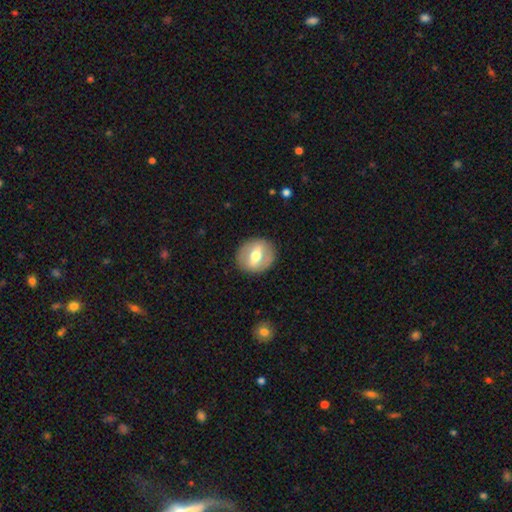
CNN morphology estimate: featured or disk 53%, smooth 40%, star or artifact 7%. Down the decision tree: edge-on disk — no (83%); merging — none (88%).